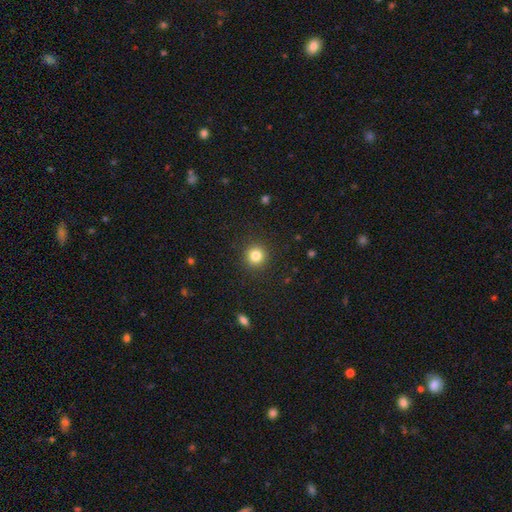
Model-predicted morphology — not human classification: The model was most divided on "smooth or featured": smooth: 82%, star or artifact: 12%, featured or disk: 6%. More confident: how rounded — round (94%); merging — none (91%).